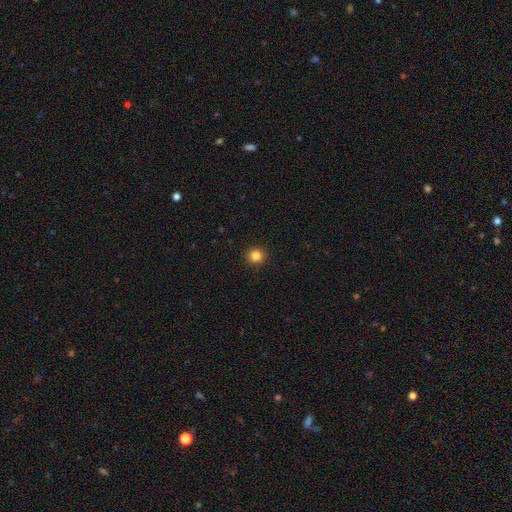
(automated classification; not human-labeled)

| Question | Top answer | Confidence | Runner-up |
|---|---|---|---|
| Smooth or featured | smooth | 84% | star or artifact (12%) |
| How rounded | round | 91% | in between (8%) |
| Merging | none | 92% | minor disturbance (5%) |